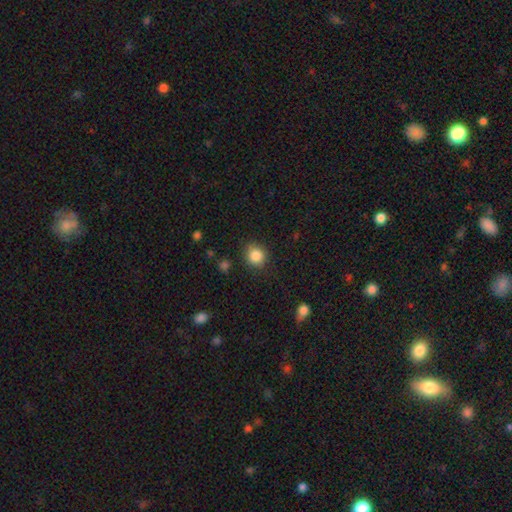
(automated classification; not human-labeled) Smooth or featured? Predicted: smooth (p=0.86). How rounded? Predicted: round (p=0.85). Merging? Predicted: none (p=0.82).